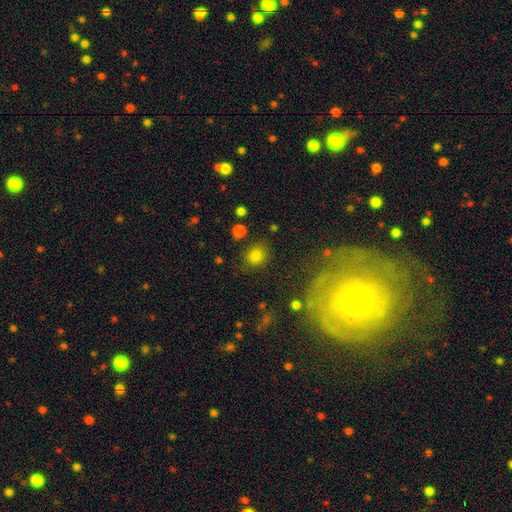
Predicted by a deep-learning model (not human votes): A smooth galaxy with no disk features (81%) that is round (60%). Merging: none (79%).